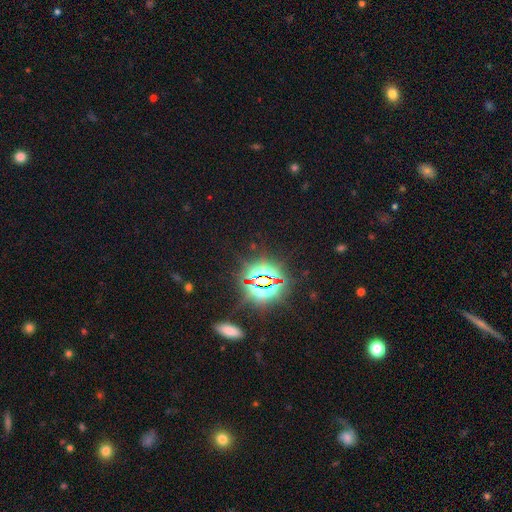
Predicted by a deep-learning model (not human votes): smooth_or_featured: star or artifact (p=0.83) [alt: smooth p=0.10]